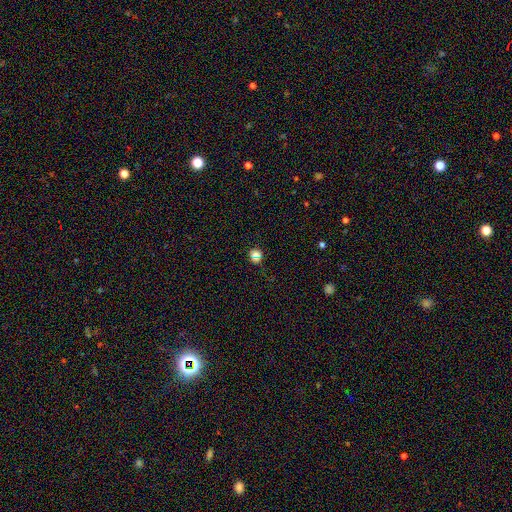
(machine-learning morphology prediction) This is likely a smooth galaxy (67%). How rounded: clearly round (86%). Merging: likely none (74%).